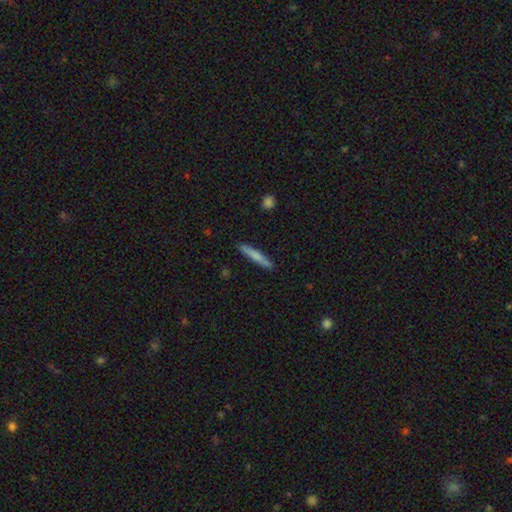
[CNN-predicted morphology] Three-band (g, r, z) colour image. It shows a smooth galaxy with no disk features (68%) that is cigar-shaped (94%). Merging: none (89%).